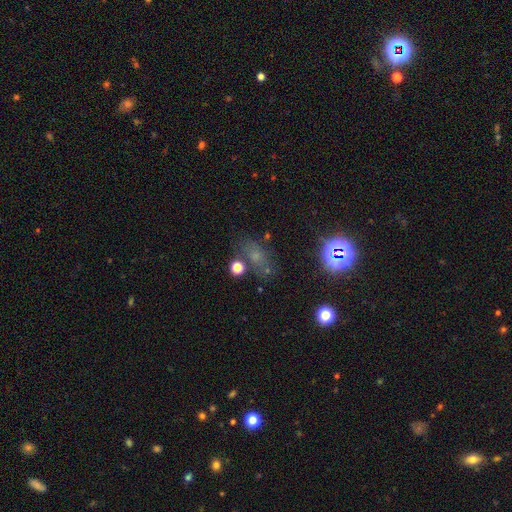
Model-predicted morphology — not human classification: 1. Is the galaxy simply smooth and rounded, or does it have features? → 52% smooth, 33% star or artifact, 15% featured or disk.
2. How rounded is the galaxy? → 68% in between, 27% round, 4% cigar-shaped.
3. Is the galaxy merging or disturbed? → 66% none, 17% minor disturbance, 8% major disturbance, 8% merger.